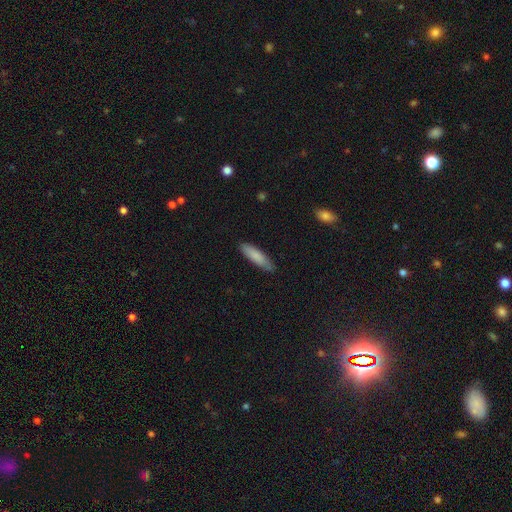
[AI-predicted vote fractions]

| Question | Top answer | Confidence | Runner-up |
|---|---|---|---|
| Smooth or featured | smooth | 85% | featured or disk (10%) |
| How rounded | cigar-shaped | 66% | in between (33%) |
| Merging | none | 84% | minor disturbance (12%) |